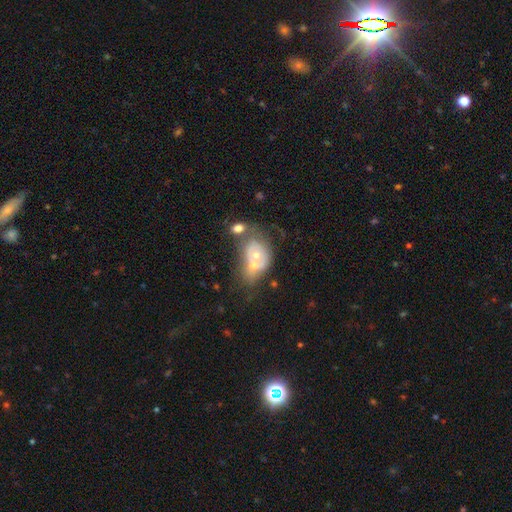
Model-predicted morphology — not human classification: Overall: featured or disk (51%; smooth 39%). Edge-on disk: no (96%). Merging: merger (60%).